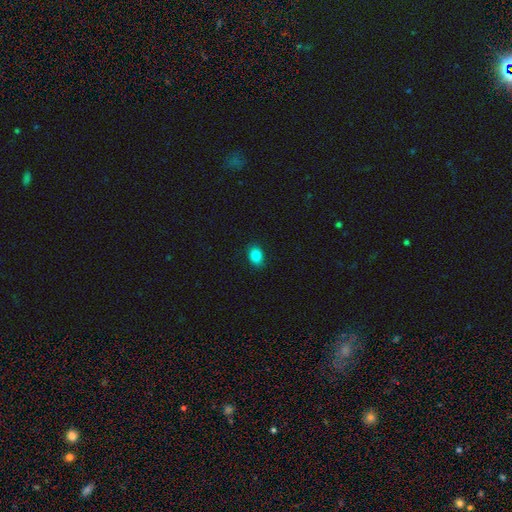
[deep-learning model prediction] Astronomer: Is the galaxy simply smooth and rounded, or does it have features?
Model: smooth — 85%.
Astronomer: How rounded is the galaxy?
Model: in between — 70%.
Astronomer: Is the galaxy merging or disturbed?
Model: none — 87%.